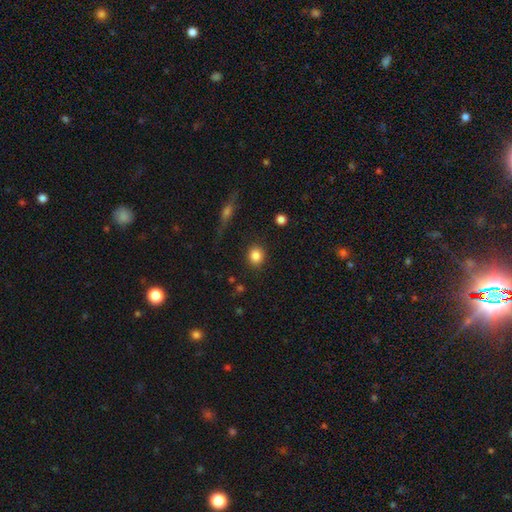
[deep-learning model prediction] A smooth galaxy with no disk features (85%) that is round (80%).

Vote fractions:
- Smooth or featured? smooth: 85% / star or artifact: 10% / featured or disk: 5%
- How rounded? round: 80% / in between: 19% / cigar-shaped: 1%
- Merging? none: 88% / minor disturbance: 8% / major disturbance: 3% / merger: 2%